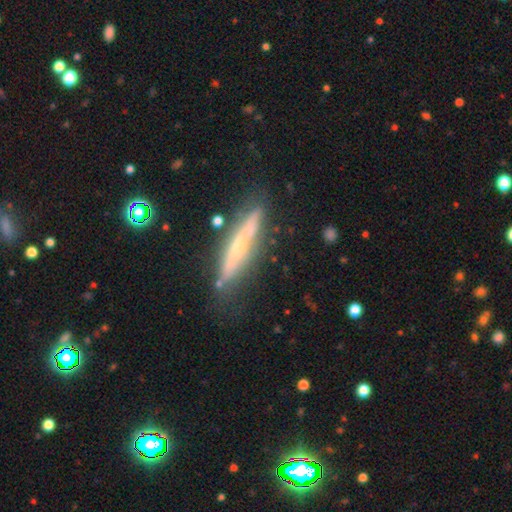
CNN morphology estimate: Overall: featured or disk (64%; smooth 27%). Edge-on disk: yes (91%). Edge-on bulge: rounded (54%; none 40%). Merging: none (76%).